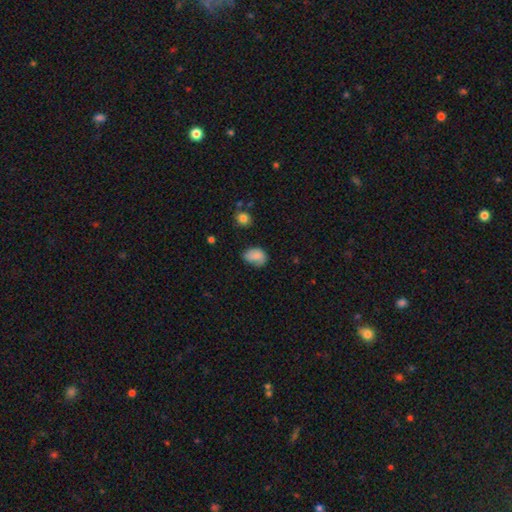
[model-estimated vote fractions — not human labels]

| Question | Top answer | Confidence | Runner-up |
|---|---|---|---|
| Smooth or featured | smooth | 79% | featured or disk (13%) |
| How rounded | in between | 75% | round (24%) |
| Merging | none | 45% | minor disturbance (39%) |